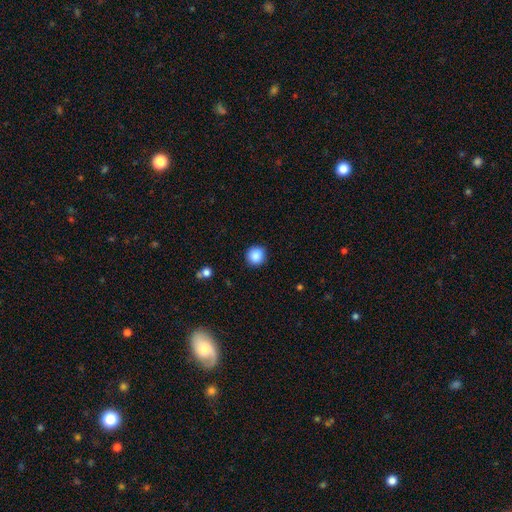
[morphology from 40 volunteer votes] smooth 90%, star or artifact 8%, featured or disk 2%. Down the decision tree: how rounded — round (94%); merging — none (84%).